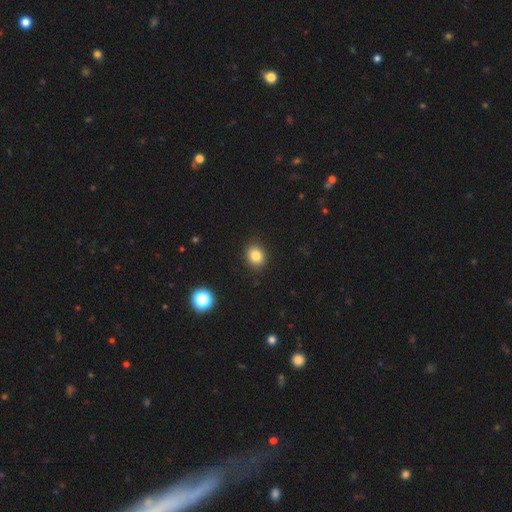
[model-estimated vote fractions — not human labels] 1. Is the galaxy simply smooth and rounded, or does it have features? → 82% smooth, 12% star or artifact, 6% featured or disk.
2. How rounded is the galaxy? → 65% round, 34% in between, 1% cigar-shaped.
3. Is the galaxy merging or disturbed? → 90% none, 7% minor disturbance, 2% major disturbance, 1% merger.